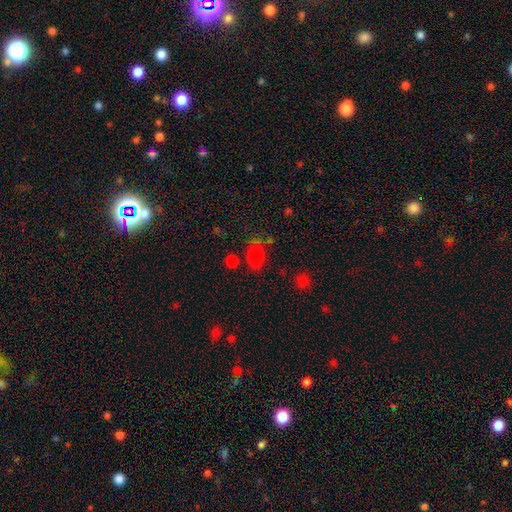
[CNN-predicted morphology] smooth-or-featured: smooth: 79% | star or artifact: 15% | featured or disk: 6%
  how-rounded: in between: 76% | round: 22% | cigar-shaped: 2%
  merging: none: 66% | minor disturbance: 17% | merger: 10% | major disturbance: 7%